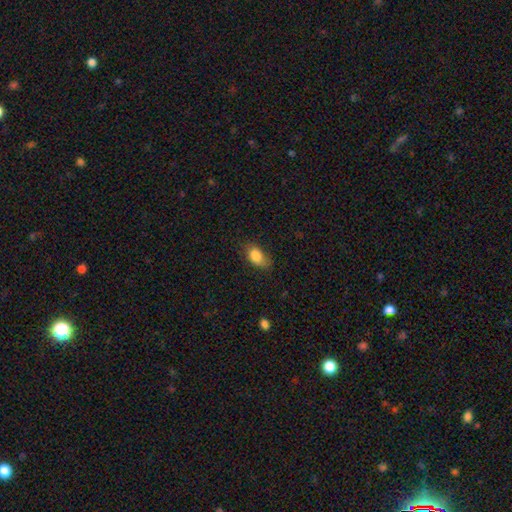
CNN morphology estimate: Q: Smooth or featured?
A: smooth (85%); runner-up: star or artifact (8%)
Q: How rounded?
A: in between (87%); runner-up: round (9%)
Q: Merging?
A: none (65%); runner-up: minor disturbance (27%)